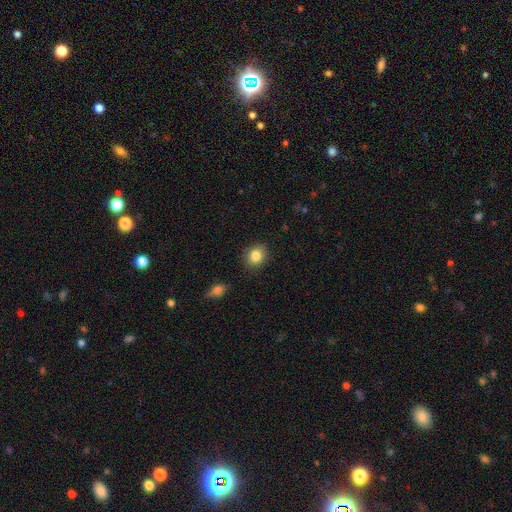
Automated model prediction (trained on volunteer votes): Smooth or featured?
  - smooth: 84% *
  - star or artifact: 9%
  - featured or disk: 6%
How rounded?
  - round: 70% *
  - in between: 29%
  - cigar-shaped: 1%
Merging?
  - none: 88% *
  - minor disturbance: 8%
  - major disturbance: 2%
  - merger: 2%